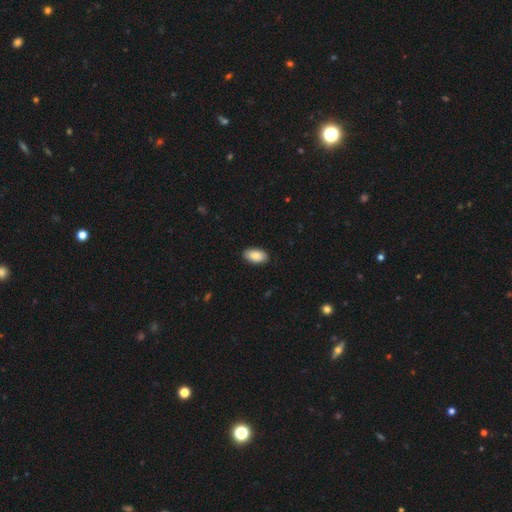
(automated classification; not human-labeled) This appears to be a smooth galaxy with no disk features (89%) that is in between round and cigar-shaped (95%). Merging: none (89%).